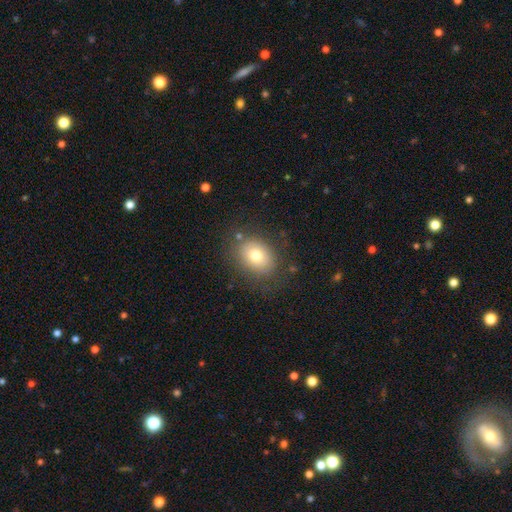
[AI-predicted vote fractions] Morphology: type=smooth (75%); roundness=in between (59%); merging=none (80%).